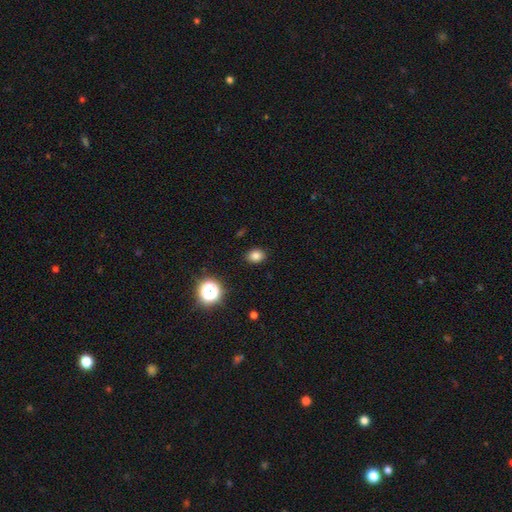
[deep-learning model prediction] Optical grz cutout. It shows a smooth galaxy with no disk features (81%) that is in between round and cigar-shaped (52%). Merging: none (89%).